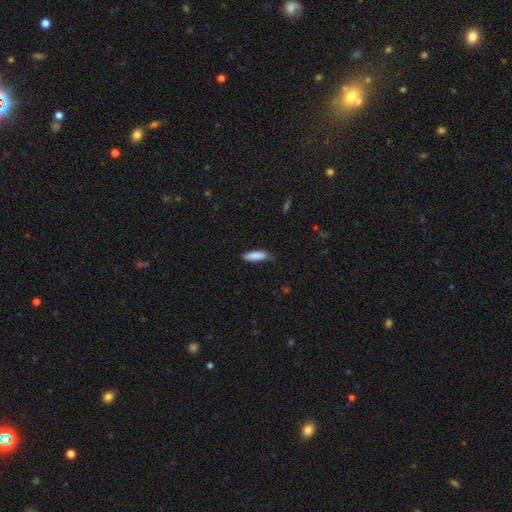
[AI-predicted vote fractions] smooth_or_featured: smooth (p=0.87) [alt: featured or disk p=0.07]
how_rounded: cigar-shaped (p=0.50) [alt: in between p=0.49]
merging: none (p=0.64) [alt: minor disturbance p=0.29]